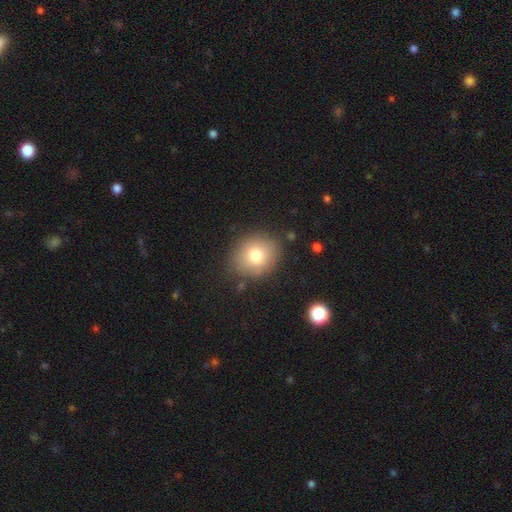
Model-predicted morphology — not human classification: smooth 77%, featured or disk 12%, star or artifact 11%. Down the decision tree: how rounded — round (73%); merging — none (84%).